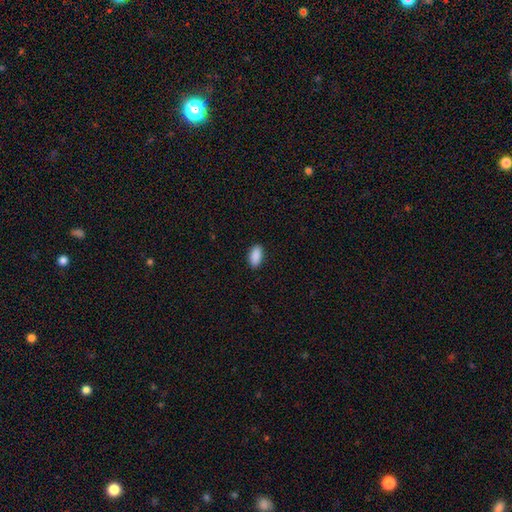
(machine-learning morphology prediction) smooth-or-featured: smooth: 91% | star or artifact: 7% | featured or disk: 3%
  how-rounded: in between: 93% | cigar-shaped: 4% | round: 3%
  merging: none: 90% | minor disturbance: 7% | major disturbance: 2% | merger: 1%